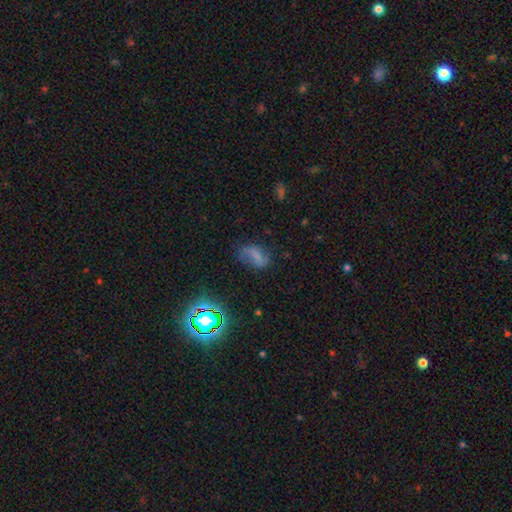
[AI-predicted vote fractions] This appears to be a smooth galaxy with no disk features (49%). Merging: none (52%).